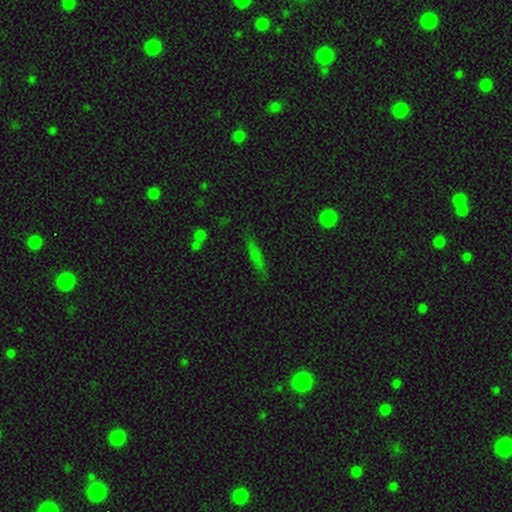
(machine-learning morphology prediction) Smooth or featured: smooth — 56% (featured or disk — 23%)
How rounded: cigar-shaped — 79% (in between — 16%)
Merging: none — 79% (minor disturbance — 14%)